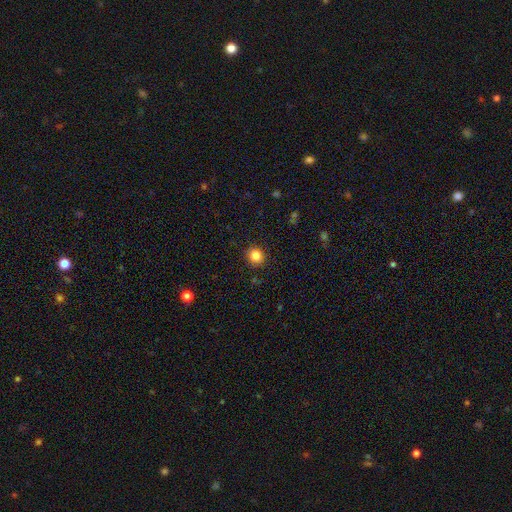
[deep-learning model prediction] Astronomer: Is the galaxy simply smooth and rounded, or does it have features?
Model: smooth — 84%.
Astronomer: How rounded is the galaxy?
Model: round — 87%.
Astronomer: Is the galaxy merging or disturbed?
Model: none — 90%.